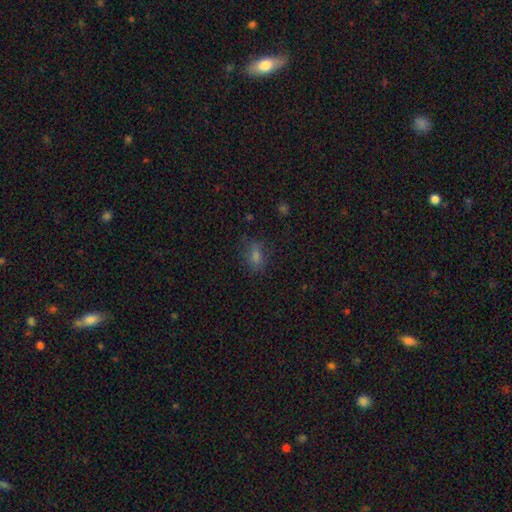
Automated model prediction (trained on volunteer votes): This is likely a smooth galaxy (64%). How rounded: likely in between (66%). Merging: likely none (76%).